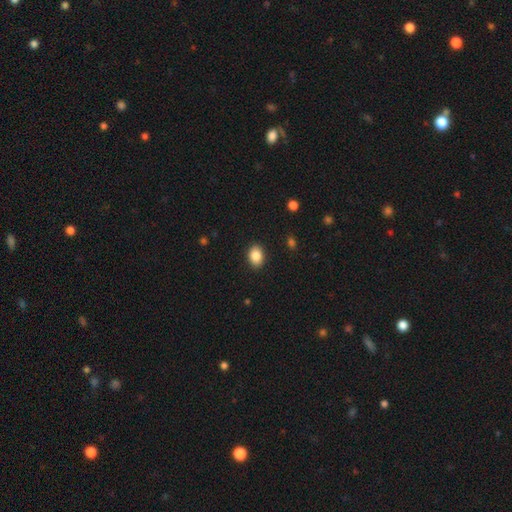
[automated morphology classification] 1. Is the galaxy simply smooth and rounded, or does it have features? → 87% smooth, 8% star or artifact, 5% featured or disk.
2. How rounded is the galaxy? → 73% in between, 26% round, 1% cigar-shaped.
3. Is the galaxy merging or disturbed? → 90% none, 7% minor disturbance, 2% major disturbance, 1% merger.